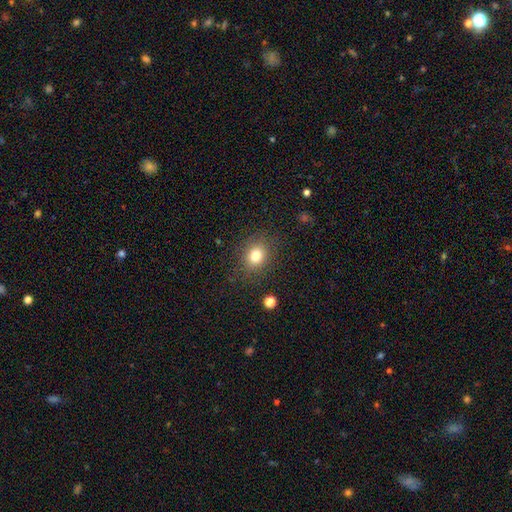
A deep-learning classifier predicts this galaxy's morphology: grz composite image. It shows a smooth galaxy with no disk features (79%) that is round (61%). Merging: none (84%).